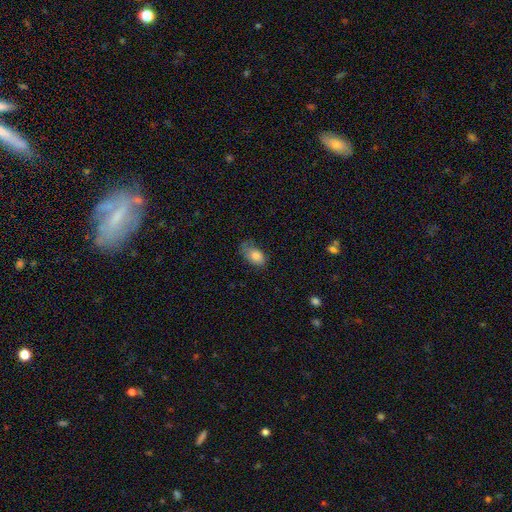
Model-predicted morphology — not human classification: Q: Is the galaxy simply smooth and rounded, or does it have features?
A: smooth — 81%.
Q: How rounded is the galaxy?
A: in between — 89%.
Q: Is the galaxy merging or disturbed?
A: none — 44%.